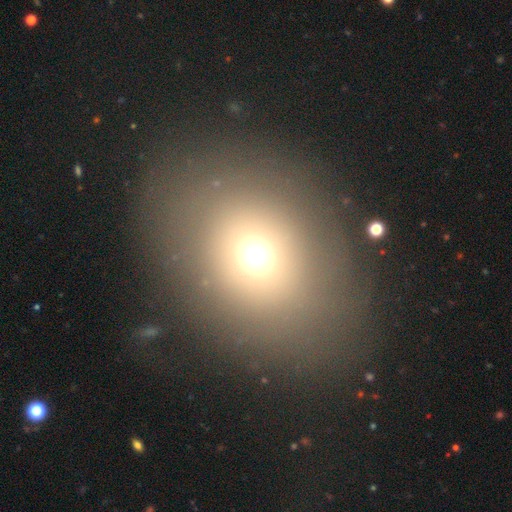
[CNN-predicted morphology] type=smooth (68%); roundness=round (53%); merging=none (83%).